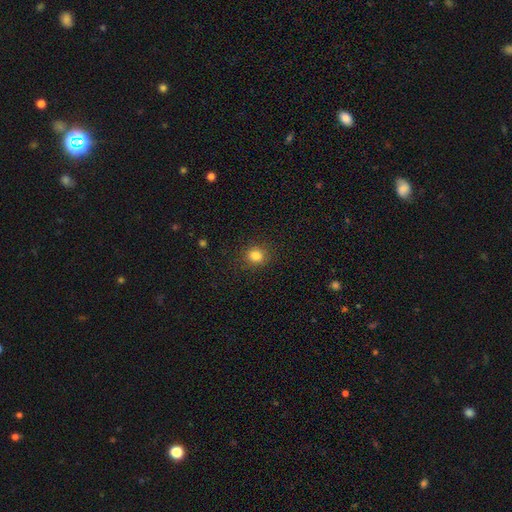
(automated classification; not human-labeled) This appears to be a smooth galaxy with no disk features (82%) that is round (79%). Merging: none (89%).